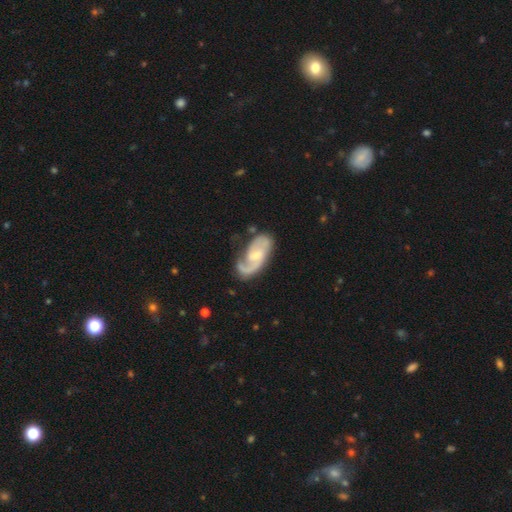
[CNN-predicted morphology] smooth_or_featured: featured or disk (p=0.85) [alt: smooth p=0.10]
disk_edge_on: no (p=0.97) [alt: yes p=0.03]
bar: weak (p=0.49) [alt: no p=0.38]
has_spiral_arms: yes (p=0.96) [alt: no p=0.04]
spiral_winding: medium (p=0.49) [alt: tight p=0.29]
spiral_arm_count: 2 (p=0.70) [alt: 1 p=0.21]
bulge_size: small (p=0.46) [alt: moderate p=0.45]
merging: none (p=0.66) [alt: minor disturbance p=0.21]